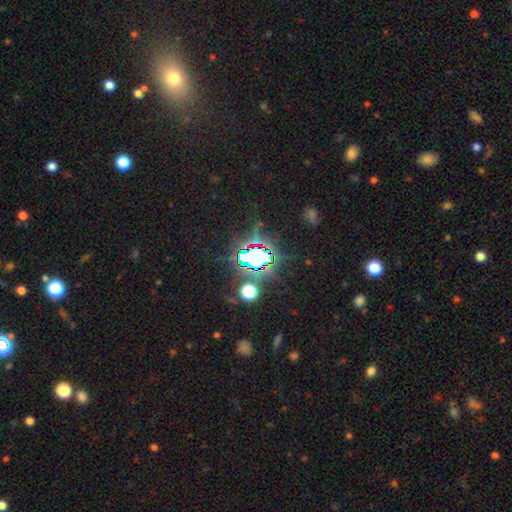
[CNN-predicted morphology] Smooth or featured: star or artifact — 74% (smooth — 15%)